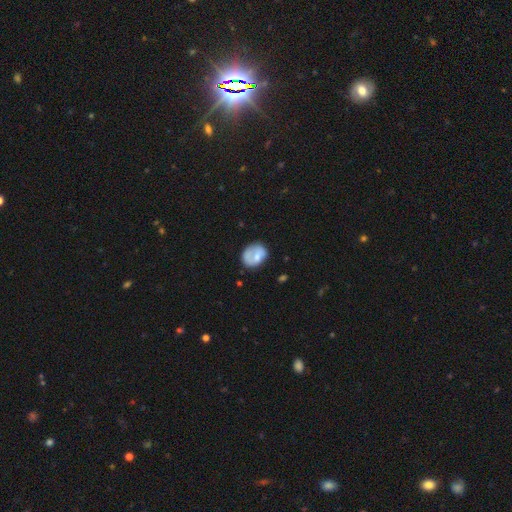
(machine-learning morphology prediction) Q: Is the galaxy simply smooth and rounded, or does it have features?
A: smooth — 61%.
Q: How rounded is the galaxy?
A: round — 56%.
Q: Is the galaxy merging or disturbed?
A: none — 54%.